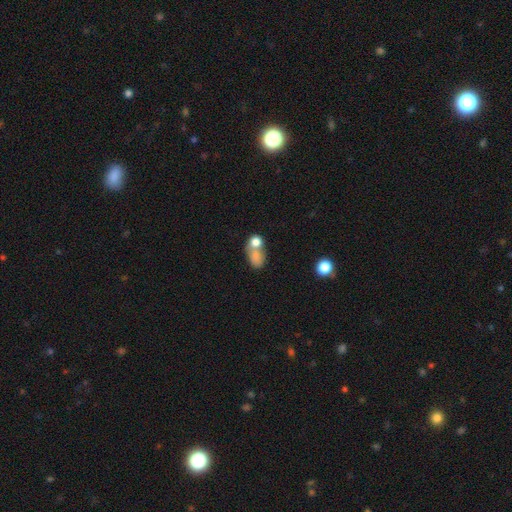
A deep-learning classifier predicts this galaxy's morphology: smooth 75%, featured or disk 15%, star or artifact 10%. Down the decision tree: how rounded — in between (63%); merging — merger (58%).